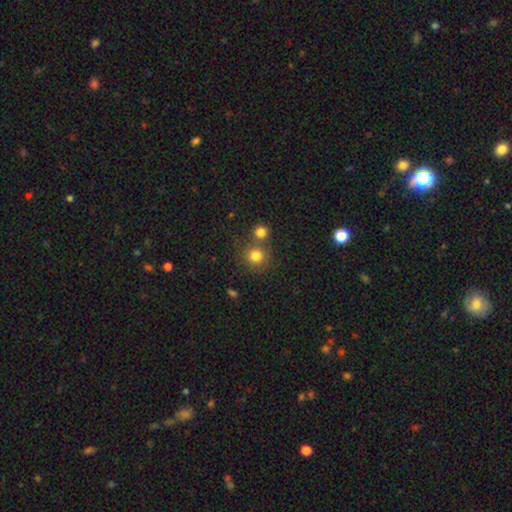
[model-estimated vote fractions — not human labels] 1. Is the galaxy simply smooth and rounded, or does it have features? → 80% smooth, 12% star or artifact, 7% featured or disk.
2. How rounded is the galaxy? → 90% round, 9% in between, 1% cigar-shaped.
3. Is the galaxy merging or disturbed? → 63% none, 25% merger, 8% minor disturbance, 3% major disturbance.